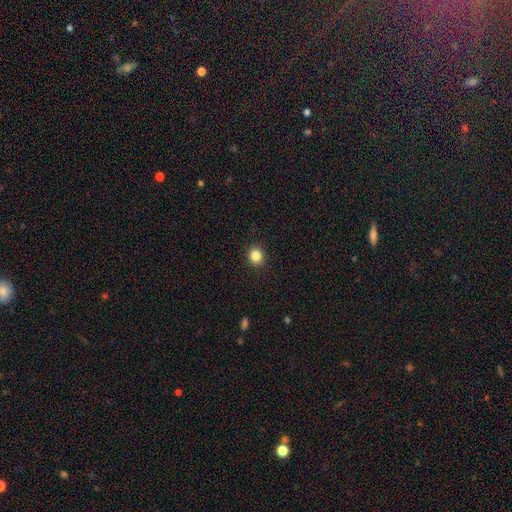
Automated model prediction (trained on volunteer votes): smooth-or-featured: smooth: 85% | star or artifact: 11% | featured or disk: 4%
  how-rounded: round: 81% | in between: 18% | cigar-shaped: 1%
  merging: none: 91% | minor disturbance: 6% | major disturbance: 2% | merger: 1%